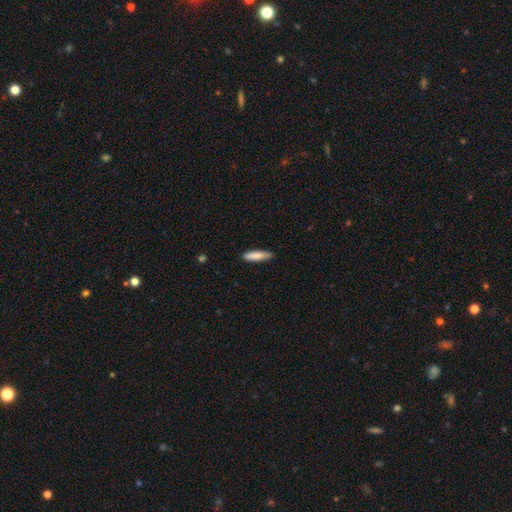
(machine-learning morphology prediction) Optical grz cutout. It shows a smooth galaxy with no disk features (84%) that is cigar-shaped (78%). Merging: none (85%).